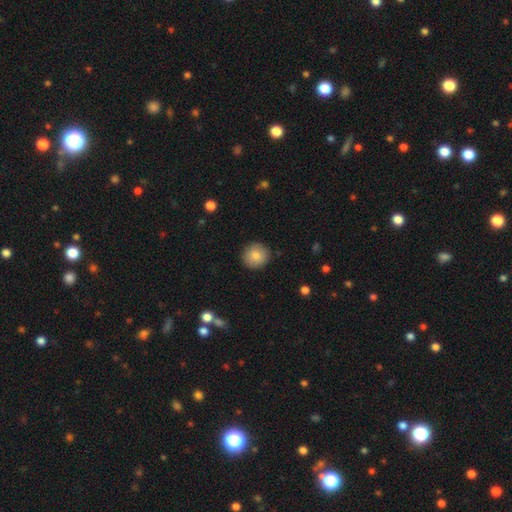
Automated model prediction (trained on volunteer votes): smooth-or-featured: smooth: 83% | featured or disk: 9% | star or artifact: 8%
  how-rounded: round: 93% | in between: 6% | cigar-shaped: 1%
  merging: none: 90% | minor disturbance: 7% | major disturbance: 2% | merger: 1%